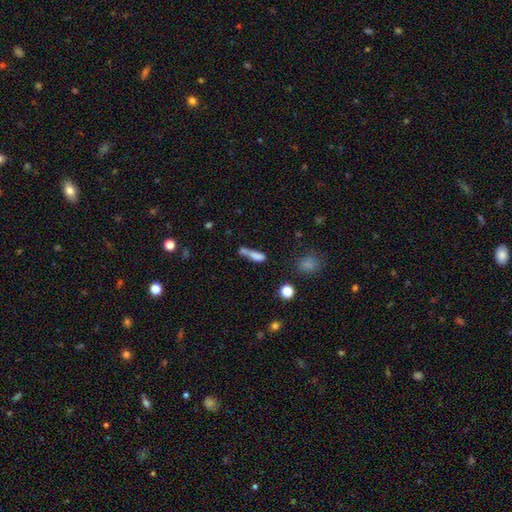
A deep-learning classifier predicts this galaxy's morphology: The model was most divided on "merging": merger: 36%, none: 35%, minor disturbance: 18%, major disturbance: 12%. More confident: smooth or featured — smooth (72%); how rounded — cigar-shaped (57%).